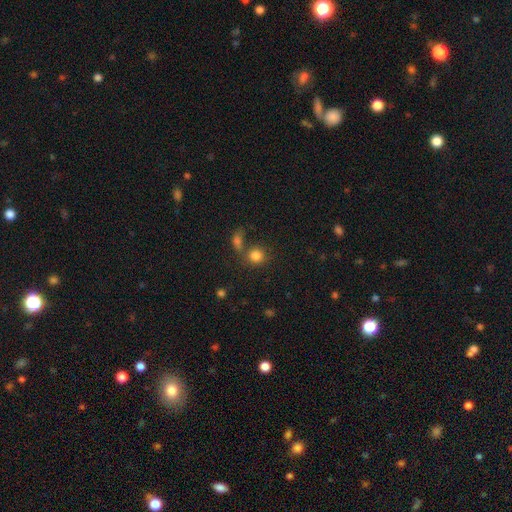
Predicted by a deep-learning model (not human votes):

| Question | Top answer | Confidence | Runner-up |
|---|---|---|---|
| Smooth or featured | smooth | 82% | star or artifact (11%) |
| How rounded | round | 85% | in between (14%) |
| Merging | none | 54% | merger (30%) |